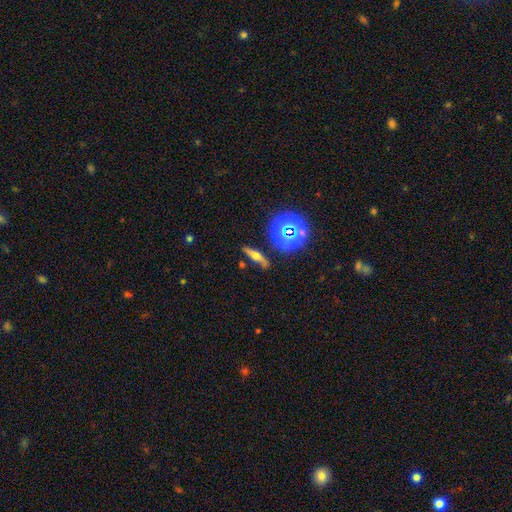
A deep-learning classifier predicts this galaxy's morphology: Smooth or featured: featured or disk — 47% (smooth — 36%)
Merging: none — 81% (minor disturbance — 12%)